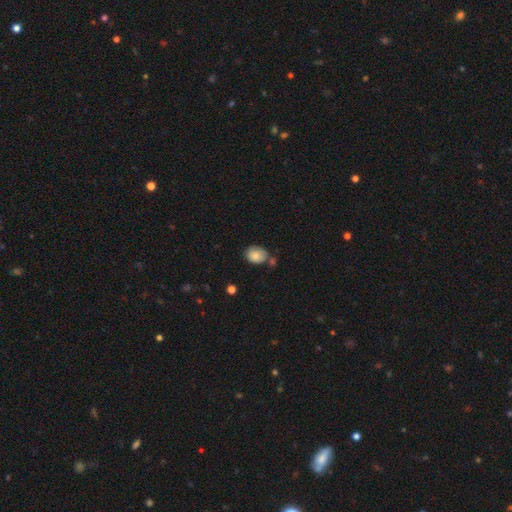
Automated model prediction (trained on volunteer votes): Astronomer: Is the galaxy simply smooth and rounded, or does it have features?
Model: smooth — 82%.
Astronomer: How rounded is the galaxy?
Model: in between — 57% (runner-up: round, 42%).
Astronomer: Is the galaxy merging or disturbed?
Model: none — 59%.